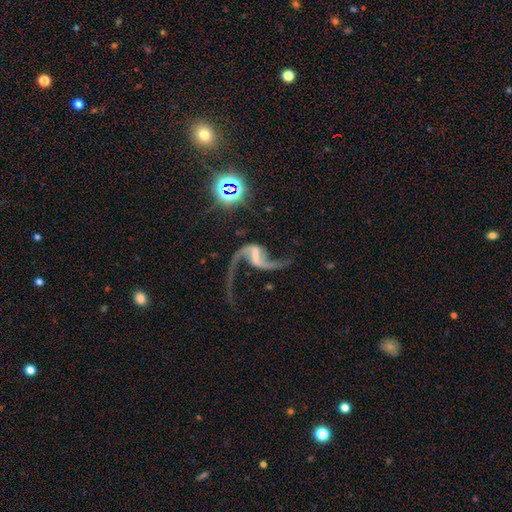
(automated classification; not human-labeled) This is clearly a featured or disk galaxy (89%). It is clearly not viewed edge-on (98%). Bar: marginally weak (42%). Spiral arm pattern: clearly yes (97%). Spiral arm count: clearly 2 (92%). Spiral winding: clearly loose (91%). Central bulge: possibly none (48%). Merging: possibly none (58%).